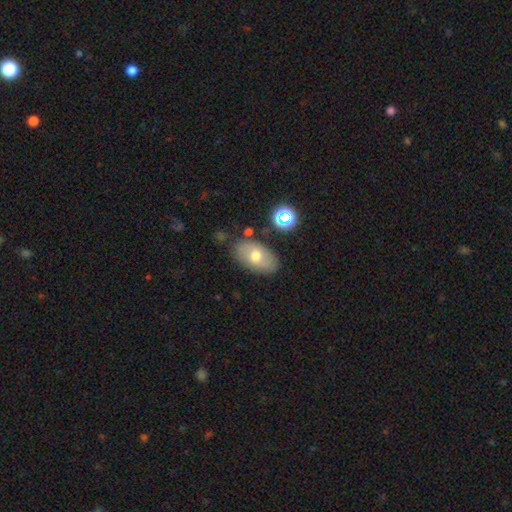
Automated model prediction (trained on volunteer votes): This is likely a smooth galaxy (62%). How rounded: clearly in between (91%). Merging: likely none (77%).